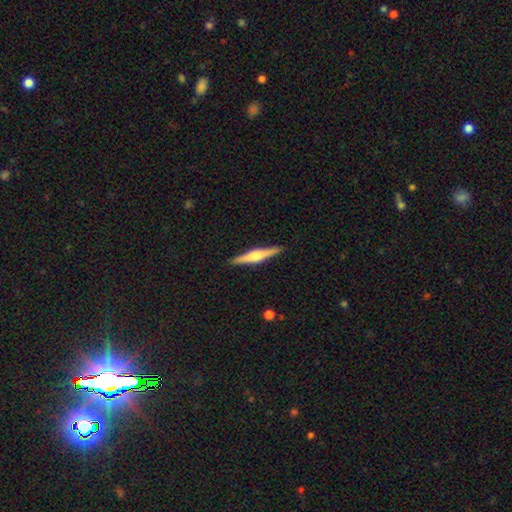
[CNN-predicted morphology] smooth_or_featured: featured or disk (p=0.66) [alt: smooth p=0.29]
disk_edge_on: yes (p=0.98) [alt: no p=0.02]
edge_on_bulge: rounded (p=0.79) [alt: boxy p=0.14]
merging: none (p=0.91) [alt: minor disturbance p=0.06]